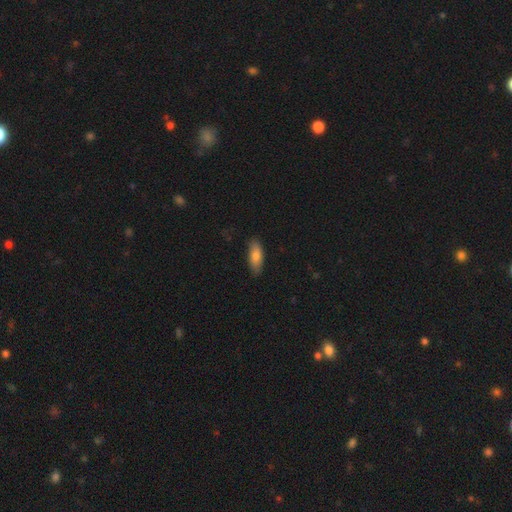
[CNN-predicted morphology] A smooth galaxy with no disk features (80%) that is in between round and cigar-shaped (70%).

Vote fractions:
- Smooth or featured? smooth: 80% / featured or disk: 14% / star or artifact: 6%
- How rounded? in between: 70% / cigar-shaped: 28% / round: 2%
- Merging? none: 82% / minor disturbance: 14% / major disturbance: 2% / merger: 1%